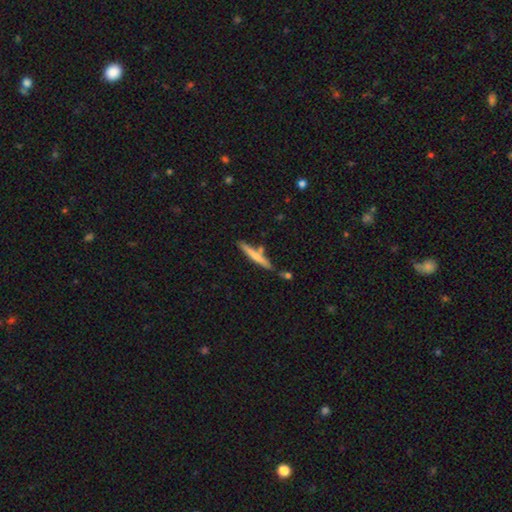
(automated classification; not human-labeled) smooth_or_featured: smooth (p=0.58) [alt: featured or disk p=0.36]
how_rounded: cigar-shaped (p=0.94) [alt: in between p=0.04]
merging: none (p=0.74) [alt: minor disturbance p=0.12]